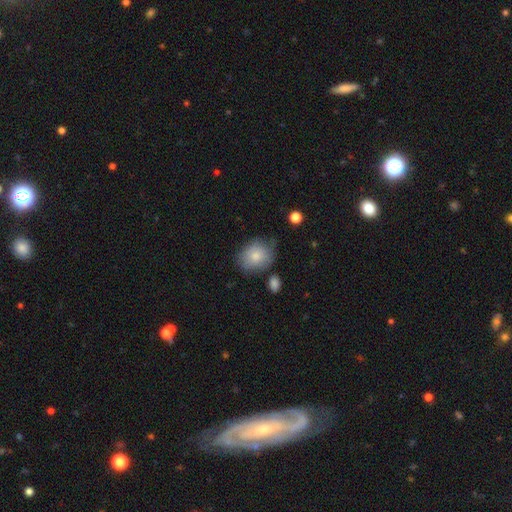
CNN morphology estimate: This is likely a smooth galaxy (78%). How rounded: possibly in between (53%). Merging: likely none (62%).